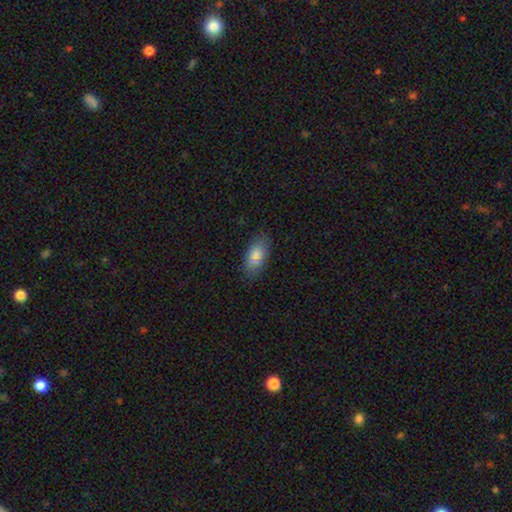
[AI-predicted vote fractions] A smooth galaxy with no disk features (84%) that is in between round and cigar-shaped (88%).

Vote fractions:
- Smooth or featured? smooth: 84% / featured or disk: 9% / star or artifact: 7%
- How rounded? in between: 88% / cigar-shaped: 9% / round: 3%
- Merging? none: 84% / minor disturbance: 12% / major disturbance: 3% / merger: 1%